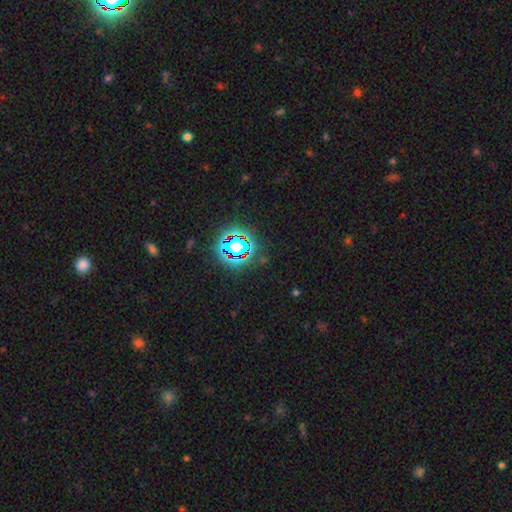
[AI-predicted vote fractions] This is likely a star or artifact rather than a galaxy (76%).